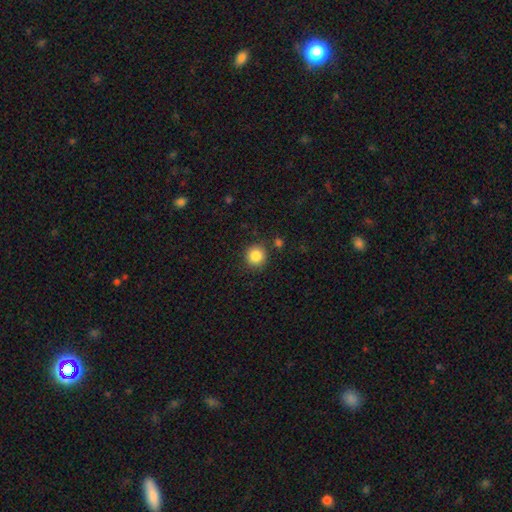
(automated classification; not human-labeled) smooth-or-featured: smooth: 86% | star or artifact: 10% | featured or disk: 4%
  how-rounded: round: 94% | in between: 6% | cigar-shaped: 1%
  merging: none: 87% | minor disturbance: 7% | merger: 3% | major disturbance: 2%